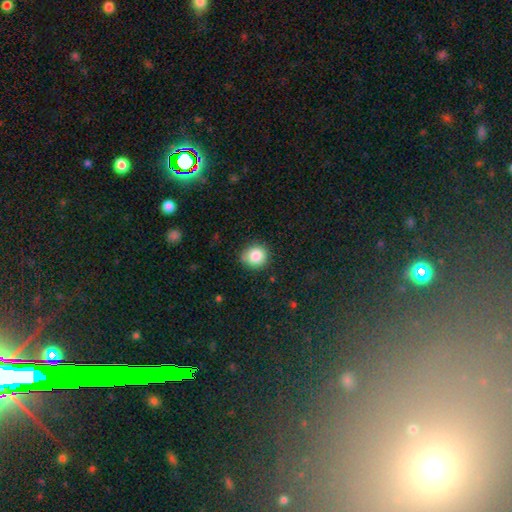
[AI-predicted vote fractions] This is clearly a smooth galaxy (86%). How rounded: clearly round (84%). Merging: likely none (80%).